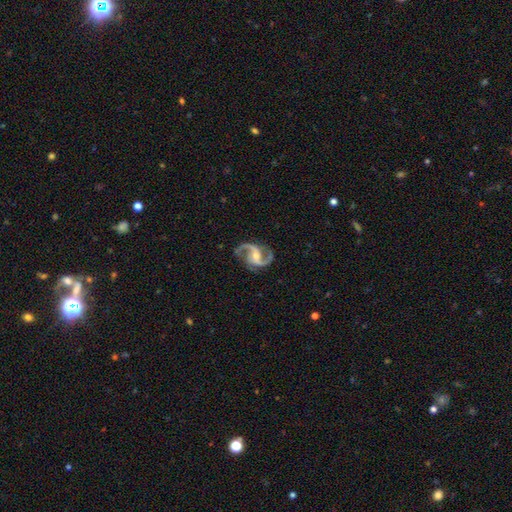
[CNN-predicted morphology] A featured or disk galaxy (93%) with a weak bar (41%), 2 (92%) medium (52%) spiral arms (98%) and a moderate central bulge (50%). Merging: none (79%).